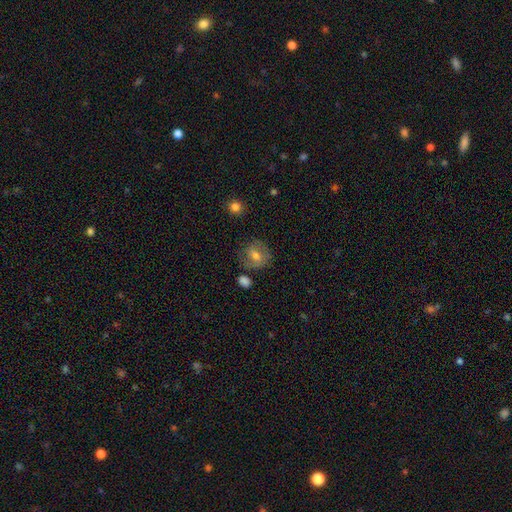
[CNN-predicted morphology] smooth-or-featured: smooth: 56% | featured or disk: 36% | star or artifact: 8%
  how-rounded: round: 70% | in between: 29% | cigar-shaped: 1%
  merging: none: 69% | minor disturbance: 20% | major disturbance: 8% | merger: 4%